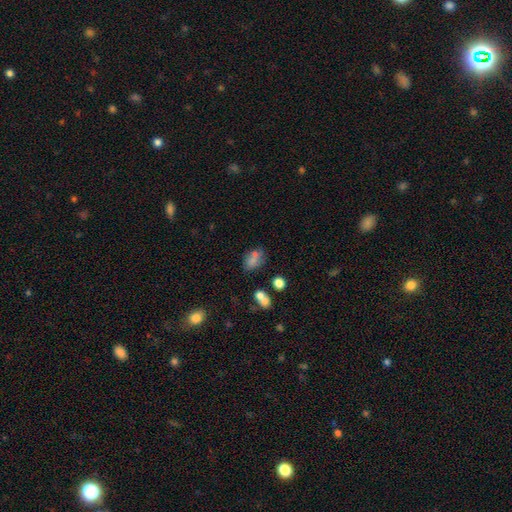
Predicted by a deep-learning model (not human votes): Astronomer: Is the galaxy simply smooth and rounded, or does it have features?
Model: smooth — 63%.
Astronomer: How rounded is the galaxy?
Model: in between — 74%.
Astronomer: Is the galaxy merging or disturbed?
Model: none — 55%.